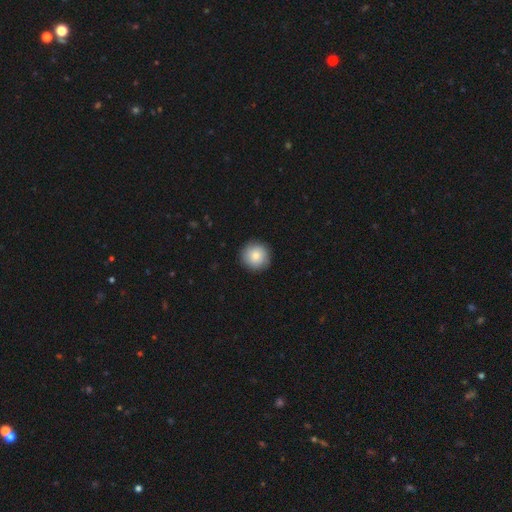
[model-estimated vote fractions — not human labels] smooth 81%, featured or disk 12%, star or artifact 8%. Down the decision tree: how rounded — round (95%); merging — none (90%).